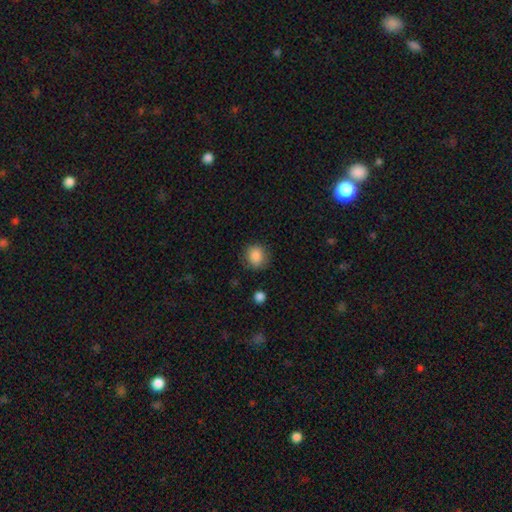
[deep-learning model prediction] This is clearly a smooth galaxy (87%). How rounded: clearly round (82%). Merging: clearly none (83%).